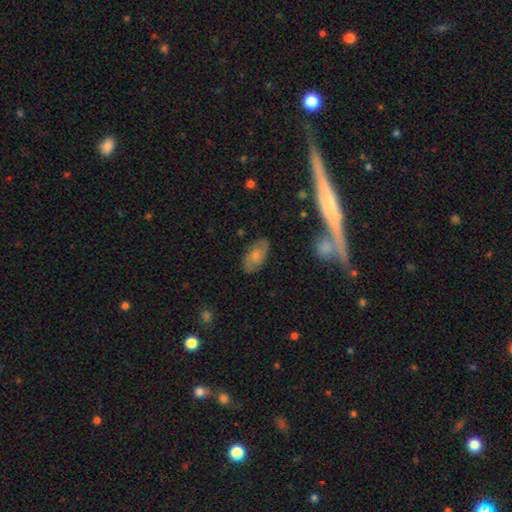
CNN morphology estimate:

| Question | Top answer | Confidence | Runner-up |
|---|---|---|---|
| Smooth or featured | smooth | 54% | featured or disk (38%) |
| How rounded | in between | 91% | round (5%) |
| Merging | none | 78% | minor disturbance (16%) |